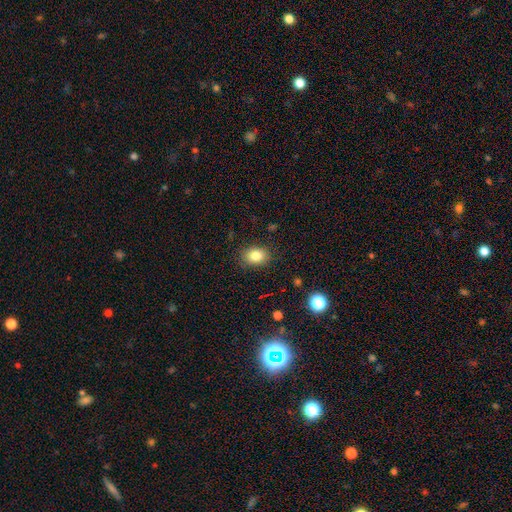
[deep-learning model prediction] This is clearly a smooth galaxy (82%). How rounded: likely in between (69%). Merging: clearly none (85%).